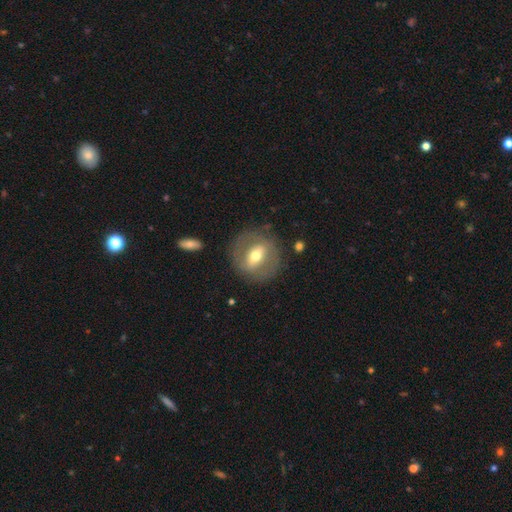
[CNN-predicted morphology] This appears to be a featured or disk galaxy (55%). Merging: none (80%).